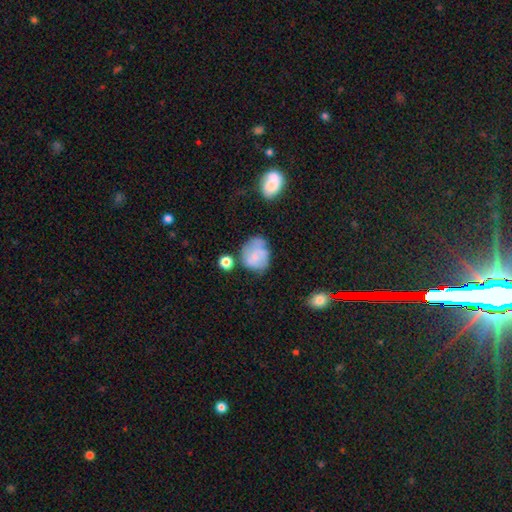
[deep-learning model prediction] Overall: smooth (61%; featured or disk 29%). How rounded: round (59%; in between 40%). Merging: none (44%; minor disturbance 29%).